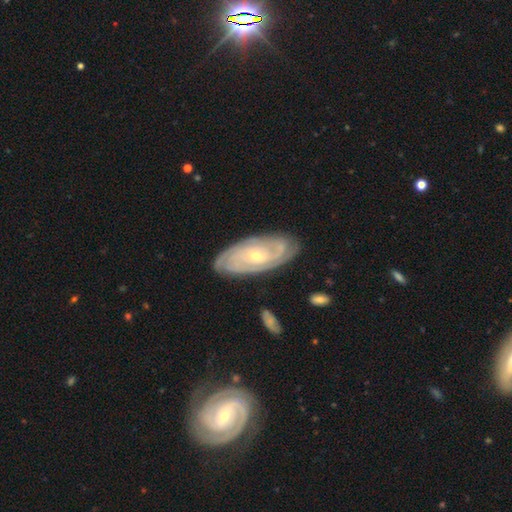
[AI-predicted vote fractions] Smooth or featured: featured or disk — 82% (smooth — 12%)
Edge-on disk: no — 92% (yes — 8%)
Bar: no — 64% (weak — 29%)
Spiral arms: yes — 94% (no — 6%)
Spiral winding: tight — 74% (medium — 21%)
Spiral arm count: can't tell — 40% (2 — 20%)
Bulge size: small — 63% (moderate — 34%)
Merging: none — 81% (minor disturbance — 14%)